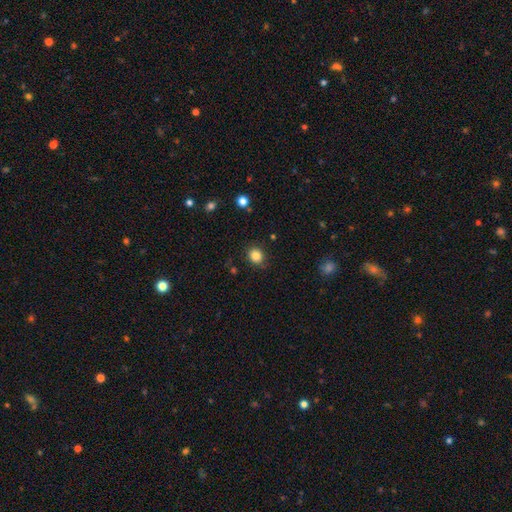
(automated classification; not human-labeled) This is clearly a smooth galaxy (84%). How rounded: likely round (76%). Merging: clearly none (82%).